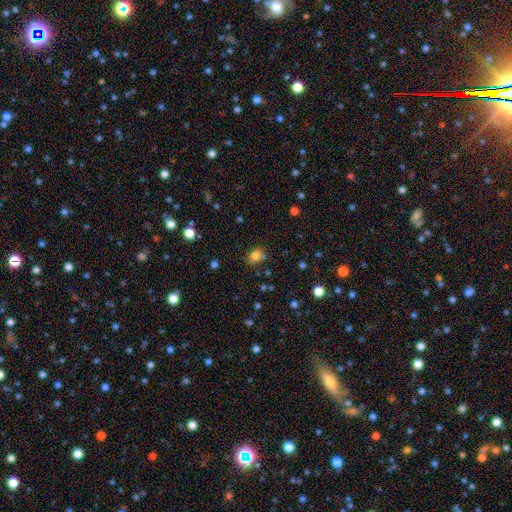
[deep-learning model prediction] This appears to be a smooth galaxy with no disk features (77%) that is round (58%). Merging: none (66%).